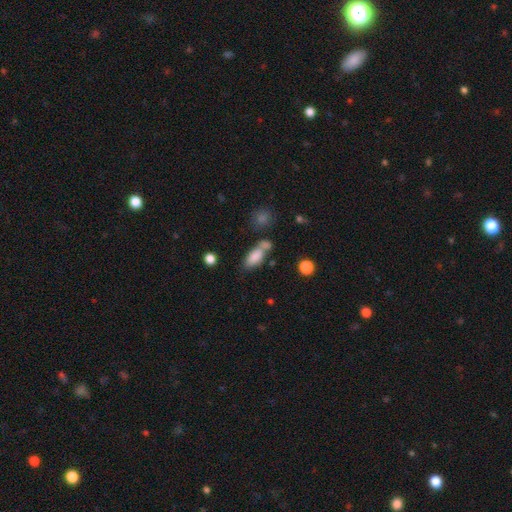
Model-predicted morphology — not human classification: Smooth or featured? smooth (83%)
How rounded? in between (82%)
Merging? none (46%)